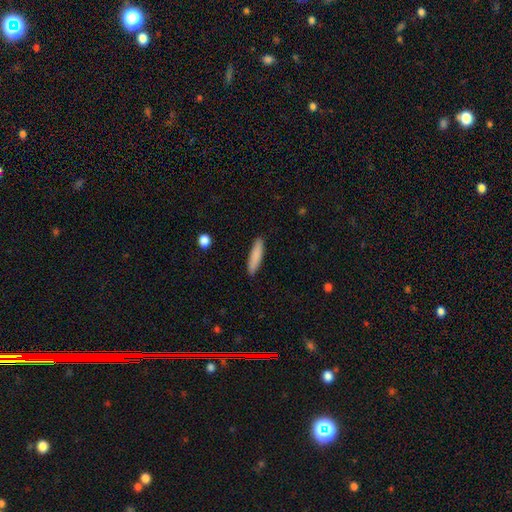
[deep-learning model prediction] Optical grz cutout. It shows a smooth galaxy with no disk features (84%) that is cigar-shaped (78%). Merging: none (89%).